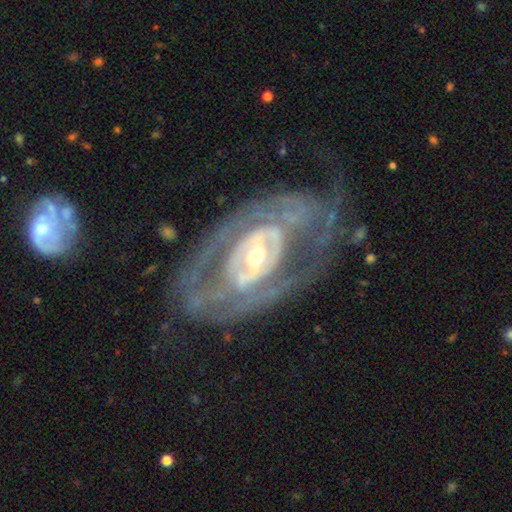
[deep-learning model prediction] The model was most divided on "bulge size": moderate: 47%, small: 45%, large: 5%, dominant: 1%, none: 1%. Remaining: edge-on disk — no (94%); smooth or featured — featured or disk (86%); spiral arms — yes (75%); spiral winding — tight (61%); merging — none (58%); bar — no (49%); spiral arm count — can't tell (40%).